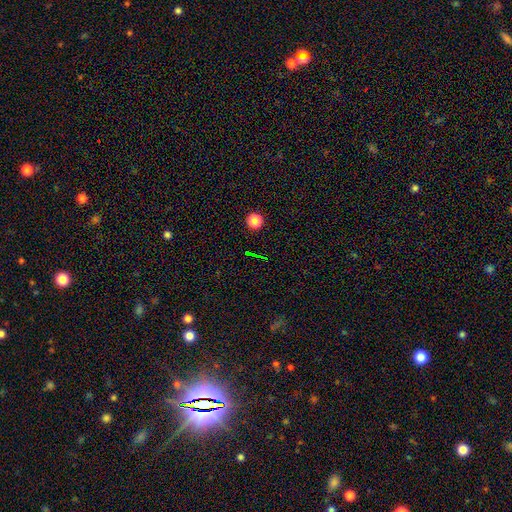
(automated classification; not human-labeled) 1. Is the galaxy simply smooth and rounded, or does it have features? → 64% star or artifact, 26% smooth, 9% featured or disk.